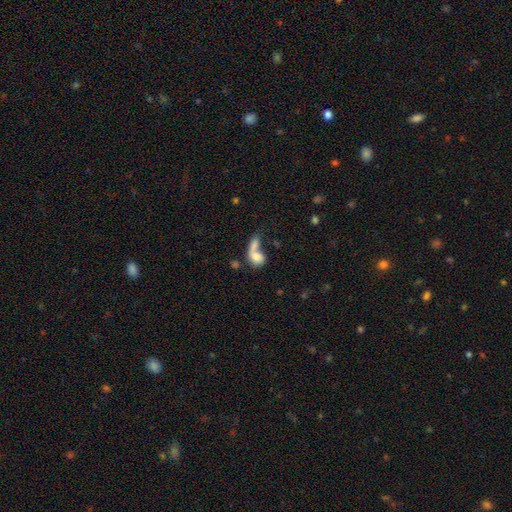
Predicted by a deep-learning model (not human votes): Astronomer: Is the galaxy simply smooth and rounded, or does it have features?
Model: smooth — 69%.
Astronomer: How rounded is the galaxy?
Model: in between — 59% (runner-up: round, 35%).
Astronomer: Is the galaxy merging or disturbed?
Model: merger — 59%.